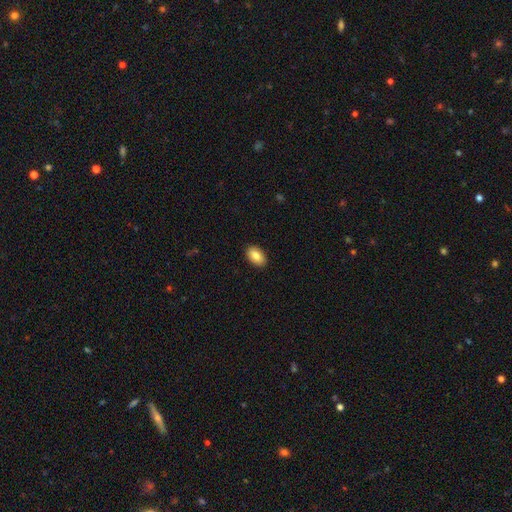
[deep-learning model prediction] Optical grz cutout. It shows a smooth galaxy with no disk features (85%) that is in between round and cigar-shaped (92%). Merging: none (90%).